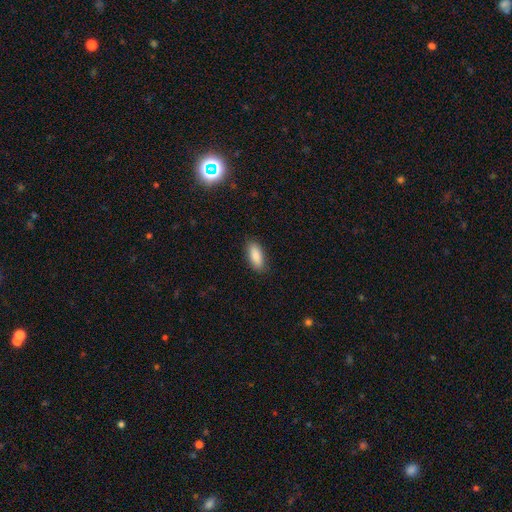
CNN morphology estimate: Smooth or featured: smooth — 87% (featured or disk — 7%)
How rounded: in between — 82% (cigar-shaped — 16%)
Merging: none — 86% (minor disturbance — 10%)